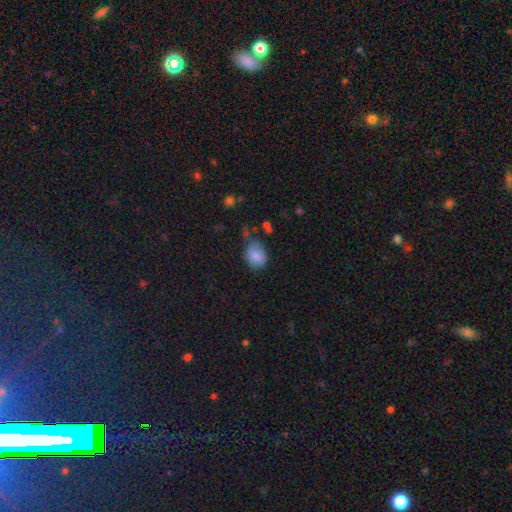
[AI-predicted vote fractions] Morphology: type=smooth (82%); roundness=in between (58%); merging=none (56%).